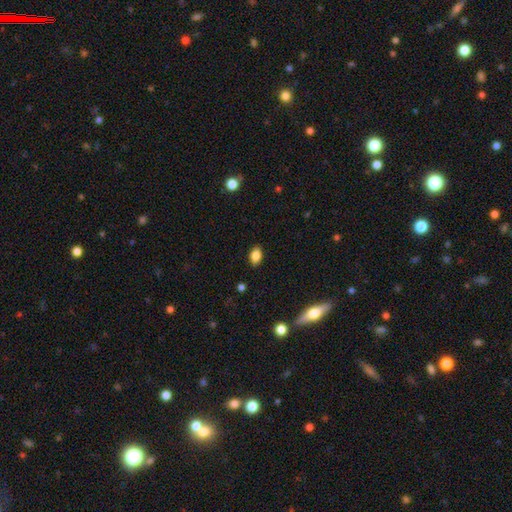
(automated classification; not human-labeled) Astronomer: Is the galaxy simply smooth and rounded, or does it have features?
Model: smooth — 84%.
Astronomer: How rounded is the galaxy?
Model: in between — 87%.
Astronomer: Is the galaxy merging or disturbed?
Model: none — 88%.